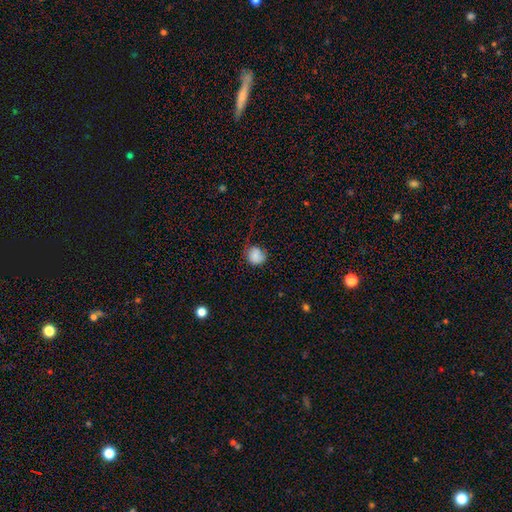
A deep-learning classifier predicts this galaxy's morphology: type=smooth (81%); roundness=round (81%); merging=none (52%).